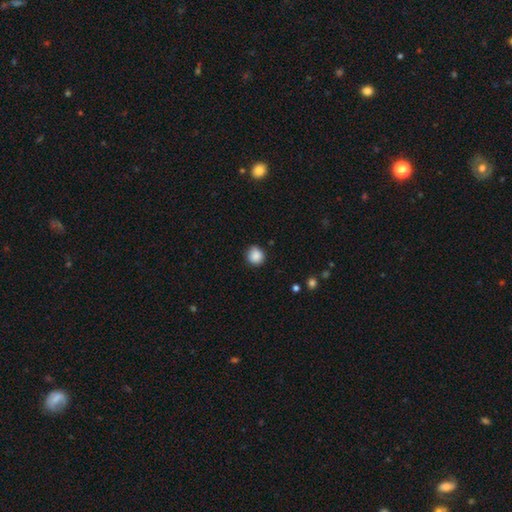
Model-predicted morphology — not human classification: smooth-or-featured: smooth: 87% | star or artifact: 9% | featured or disk: 4%
  how-rounded: round: 88% | in between: 11% | cigar-shaped: 1%
  merging: none: 79% | minor disturbance: 17% | major disturbance: 3% | merger: 1%